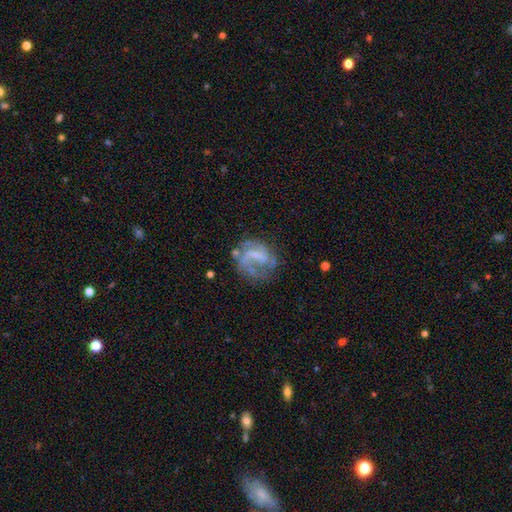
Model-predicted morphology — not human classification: Smooth or featured: featured or disk — 72% (smooth — 19%)
Edge-on disk: no — 98% (yes — 2%)
Bar: weak — 47% (no — 30%)
Spiral arms: yes — 78% (no — 22%)
Spiral winding: medium — 39% (loose — 38%)
Spiral arm count: 2 — 43% (1 — 34%)
Bulge size: none — 49% (small — 31%)
Merging: none — 45% (major disturbance — 28%)